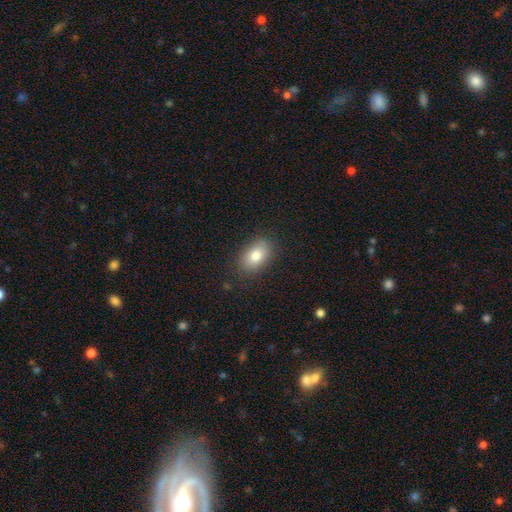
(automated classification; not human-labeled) Q: Smooth or featured?
A: smooth (80%); runner-up: featured or disk (11%)
Q: How rounded?
A: in between (87%); runner-up: round (12%)
Q: Merging?
A: none (85%); runner-up: minor disturbance (11%)